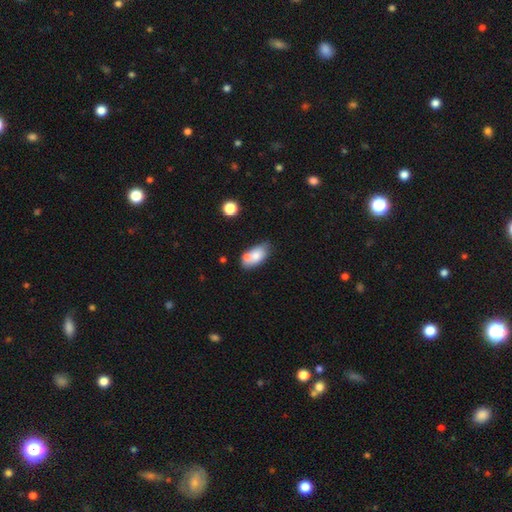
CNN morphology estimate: This is likely a smooth galaxy (72%). How rounded: clearly in between (89%). Merging: marginally none (42%).